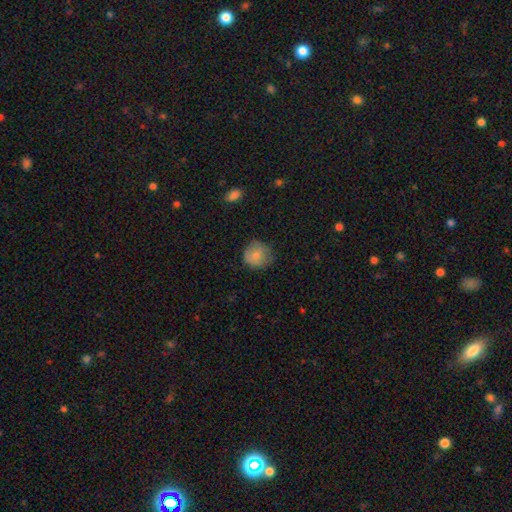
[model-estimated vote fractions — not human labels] A smooth galaxy with no disk features (80%) that is round (90%).

Vote fractions:
- Smooth or featured? smooth: 80% / featured or disk: 12% / star or artifact: 8%
- How rounded? round: 90% / in between: 9% / cigar-shaped: 1%
- Merging? none: 74% / minor disturbance: 21% / major disturbance: 4% / merger: 1%